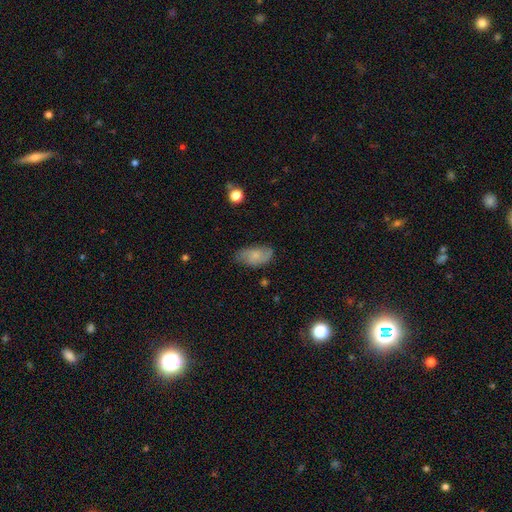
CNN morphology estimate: A smooth galaxy with no disk features (56%) that is in between round and cigar-shaped (91%).

Vote fractions:
- Smooth or featured? smooth: 56% / featured or disk: 36% / star or artifact: 8%
- How rounded? in between: 91% / round: 5% / cigar-shaped: 3%
- Merging? none: 70% / minor disturbance: 23% / major disturbance: 6% / merger: 2%